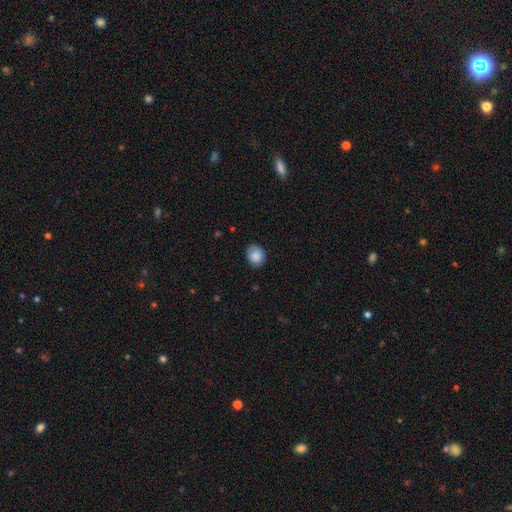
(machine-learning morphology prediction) smooth-or-featured: smooth: 87% | star or artifact: 8% | featured or disk: 5%
  how-rounded: round: 61% | in between: 38% | cigar-shaped: 1%
  merging: none: 80% | minor disturbance: 16% | major disturbance: 3% | merger: 1%